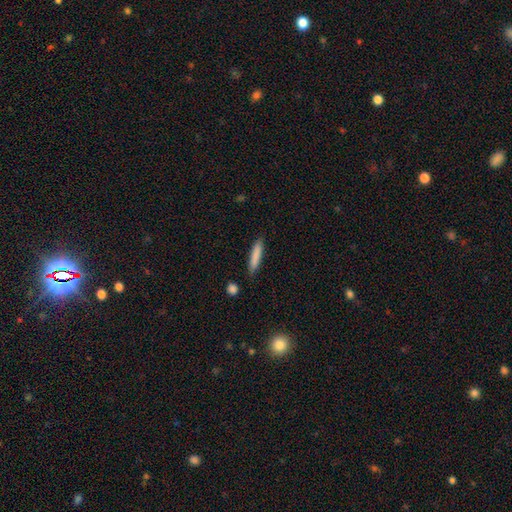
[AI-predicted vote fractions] smooth-or-featured: smooth: 83% | featured or disk: 11% | star or artifact: 6%
  how-rounded: cigar-shaped: 87% | in between: 11% | round: 1%
  merging: none: 85% | minor disturbance: 11% | major disturbance: 2% | merger: 2%